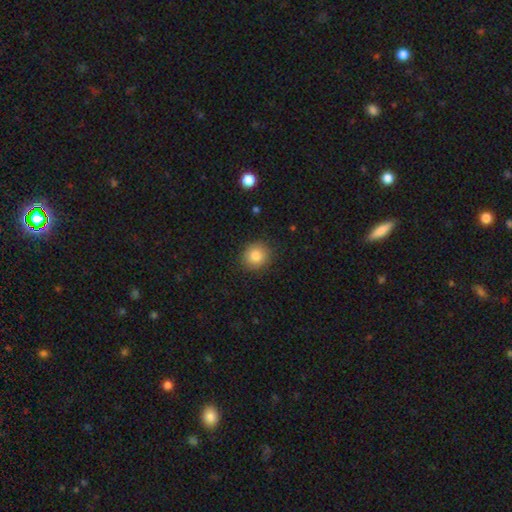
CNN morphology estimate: Overall: smooth (83%). How rounded: round (85%). Merging: none (88%).